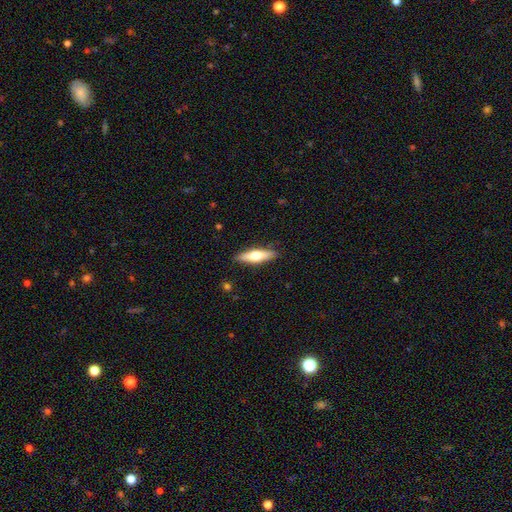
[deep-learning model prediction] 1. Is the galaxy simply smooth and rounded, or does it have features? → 53% smooth, 41% featured or disk, 6% star or artifact.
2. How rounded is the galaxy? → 65% cigar-shaped, 33% in between, 2% round.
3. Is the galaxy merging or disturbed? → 89% none, 8% minor disturbance, 2% major disturbance, 1% merger.